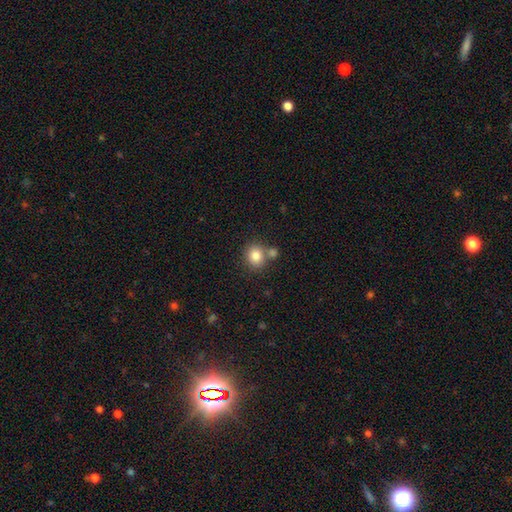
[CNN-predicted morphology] A smooth galaxy with no disk features (83%) that is round (76%).

Vote fractions:
- Smooth or featured? smooth: 83% / star or artifact: 10% / featured or disk: 7%
- How rounded? round: 76% / in between: 23% / cigar-shaped: 1%
- Merging? none: 64% / merger: 24% / minor disturbance: 10% / major disturbance: 3%